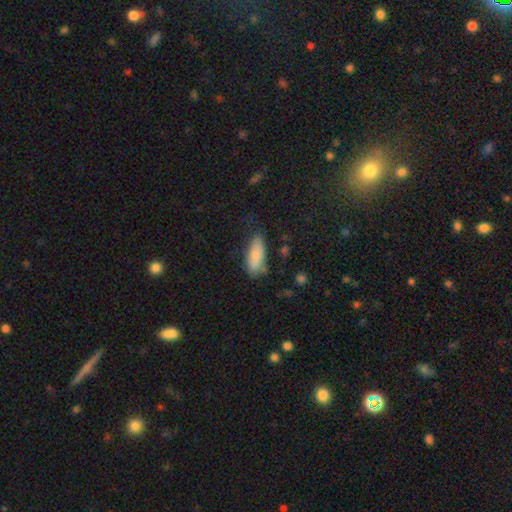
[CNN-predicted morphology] type=smooth (84%); roundness=in between (76%); merging=none (63%).